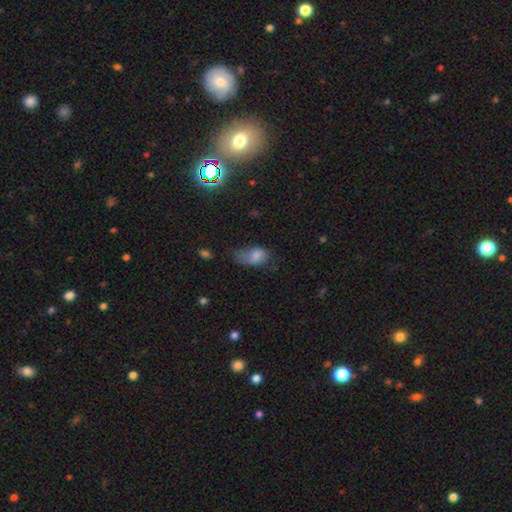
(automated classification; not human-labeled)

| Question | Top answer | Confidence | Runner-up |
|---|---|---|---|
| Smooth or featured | smooth | 75% | featured or disk (15%) |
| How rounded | in between | 88% | round (10%) |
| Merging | major disturbance | 34% | tied: minor disturbance (34%) |